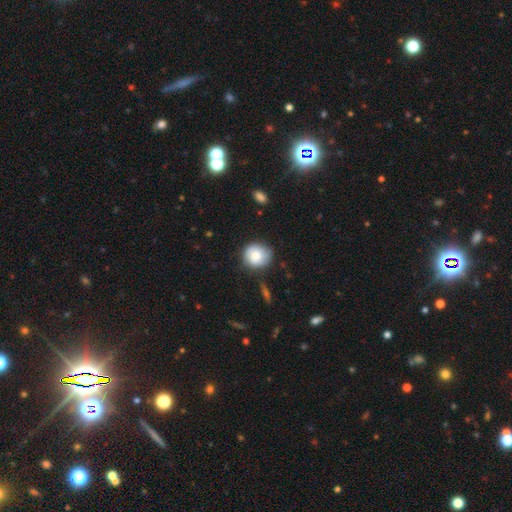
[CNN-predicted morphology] The model was most divided on "merging": none: 76%, minor disturbance: 18%, major disturbance: 4%, merger: 2%. More confident: how rounded — round (88%); smooth or featured — smooth (79%).